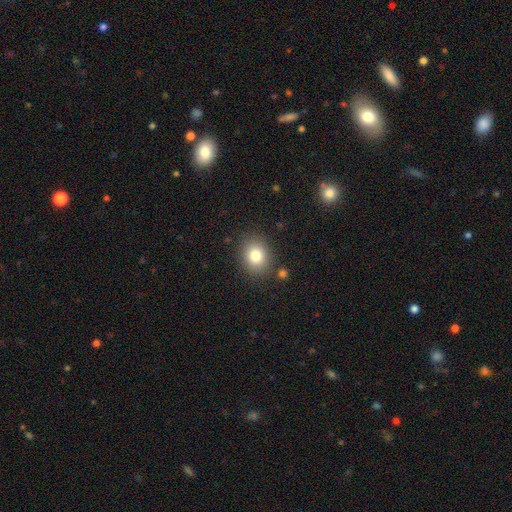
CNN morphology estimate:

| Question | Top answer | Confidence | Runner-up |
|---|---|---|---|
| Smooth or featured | smooth | 81% | star or artifact (10%) |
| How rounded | round | 59% | in between (41%) |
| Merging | none | 85% | minor disturbance (10%) |